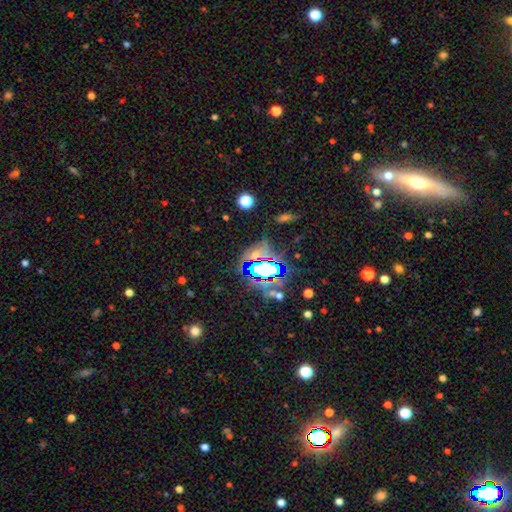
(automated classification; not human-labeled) Q: Smooth or featured?
A: star or artifact (69%); runner-up: smooth (19%)